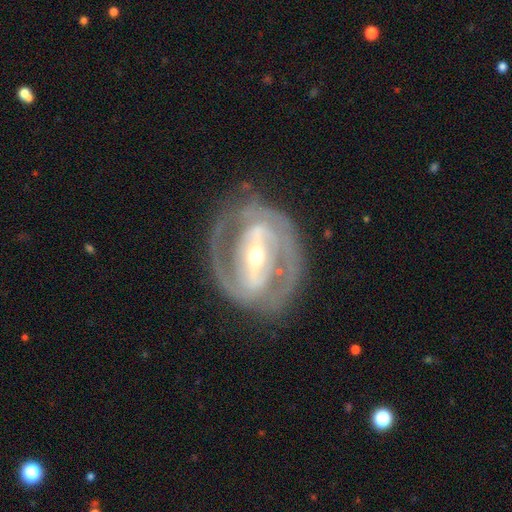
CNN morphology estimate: Smooth or featured: featured or disk — 88% (smooth — 7%)
Edge-on disk: no — 96% (yes — 4%)
Bar: strong — 65% (weak — 24%)
Spiral arms: yes — 87% (no — 13%)
Spiral winding: tight — 54% (medium — 37%)
Spiral arm count: 2 — 78% (can't tell — 10%)
Bulge size: moderate — 52% (small — 43%)
Merging: none — 76% (minor disturbance — 14%)